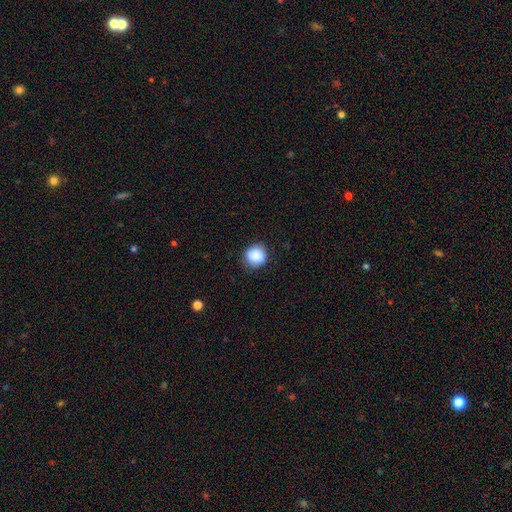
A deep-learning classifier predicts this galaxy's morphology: Smooth or featured?
  - smooth: 88% *
  - star or artifact: 8%
  - featured or disk: 4%
How rounded?
  - round: 92% *
  - in between: 7%
  - cigar-shaped: 1%
Merging?
  - none: 85% *
  - minor disturbance: 11%
  - major disturbance: 3%
  - merger: 1%